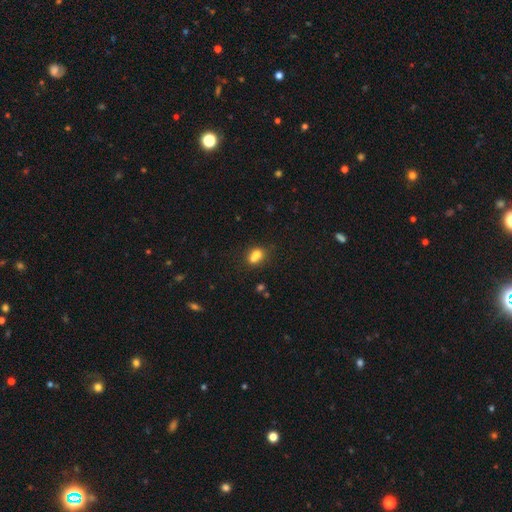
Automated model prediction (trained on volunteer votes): smooth_or_featured: smooth (p=0.71) [alt: featured or disk p=0.16]
how_rounded: in between (p=0.50) [alt: round p=0.48]
merging: merger (p=0.54) [alt: none p=0.31]